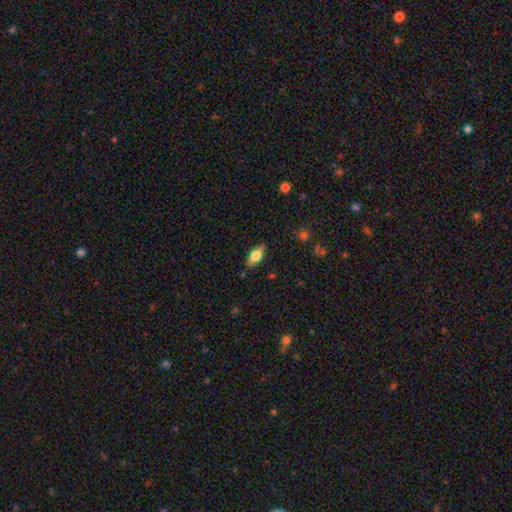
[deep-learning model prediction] A smooth galaxy with no disk features (77%) that is in between round and cigar-shaped (88%).

Vote fractions:
- Smooth or featured? smooth: 77% / featured or disk: 16% / star or artifact: 7%
- How rounded? in between: 88% / cigar-shaped: 9% / round: 3%
- Merging? none: 85% / minor disturbance: 11% / major disturbance: 2% / merger: 2%